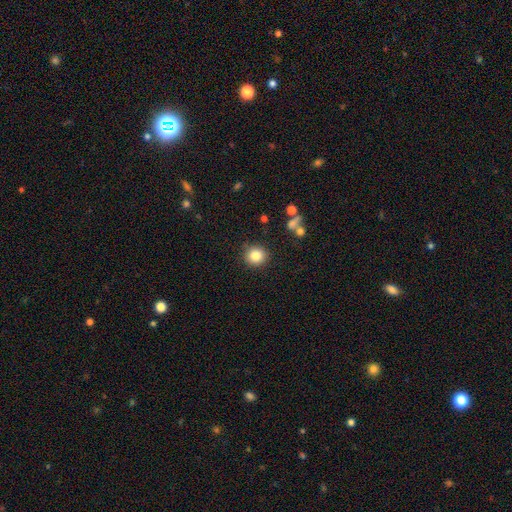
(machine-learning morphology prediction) Smooth or featured?
  - smooth: 83% *
  - star or artifact: 11%
  - featured or disk: 7%
How rounded?
  - round: 89% *
  - in between: 10%
  - cigar-shaped: 1%
Merging?
  - none: 87% *
  - minor disturbance: 8%
  - major disturbance: 2%
  - merger: 2%